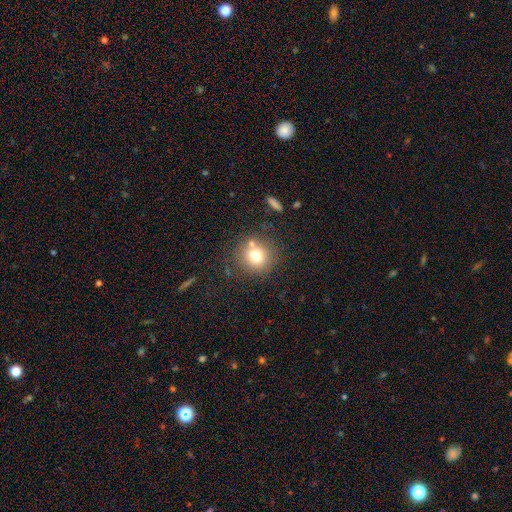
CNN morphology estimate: type=smooth (73%); roundness=round (90%); merging=none (74%).